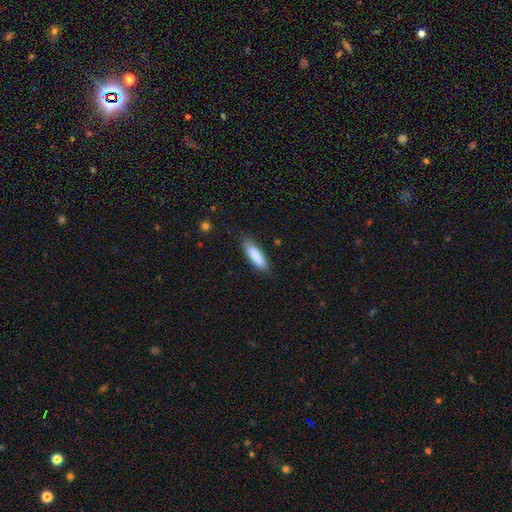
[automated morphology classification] This appears to be a smooth galaxy with no disk features (85%) that is cigar-shaped (60%). Merging: none (81%).